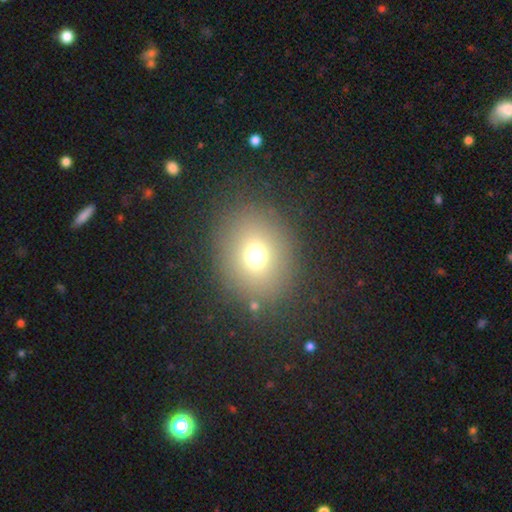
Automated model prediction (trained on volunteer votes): smooth-or-featured: smooth: 69% | star or artifact: 19% | featured or disk: 12%
  how-rounded: round: 72% | in between: 27% | cigar-shaped: 1%
  merging: none: 82% | minor disturbance: 9% | major disturbance: 6% | merger: 2%